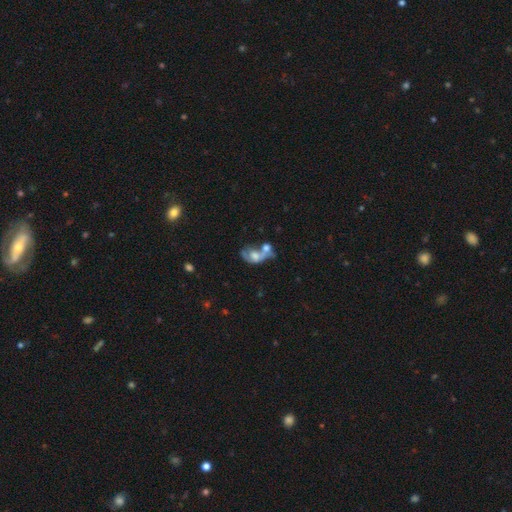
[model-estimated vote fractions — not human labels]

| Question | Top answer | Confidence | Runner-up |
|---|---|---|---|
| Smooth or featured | featured or disk | 47% | smooth (42%) |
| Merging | merger | 60% | major disturbance (16%) |